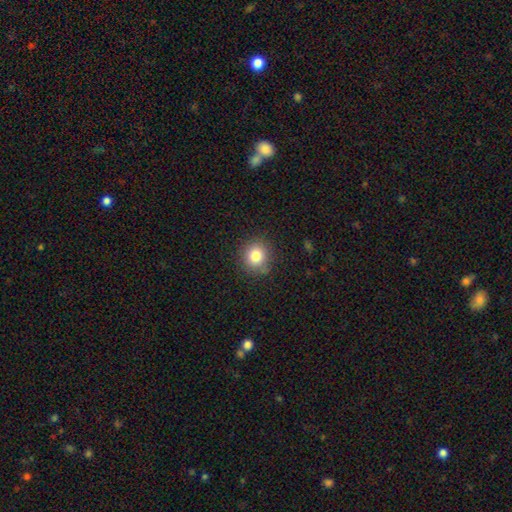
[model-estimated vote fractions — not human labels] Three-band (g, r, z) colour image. It shows a smooth galaxy with no disk features (81%) that is round (85%). Merging: none (85%).